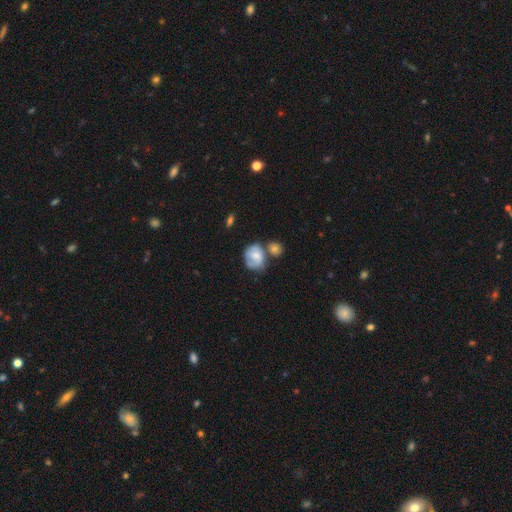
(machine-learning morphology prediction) A smooth galaxy with no disk features (53%) that is round (57%).

Vote fractions:
- Smooth or featured? smooth: 53% / featured or disk: 39% / star or artifact: 8%
- How rounded? round: 57% / in between: 42% / cigar-shaped: 1%
- Merging? none: 41% / merger: 25% / minor disturbance: 23% / major disturbance: 12%